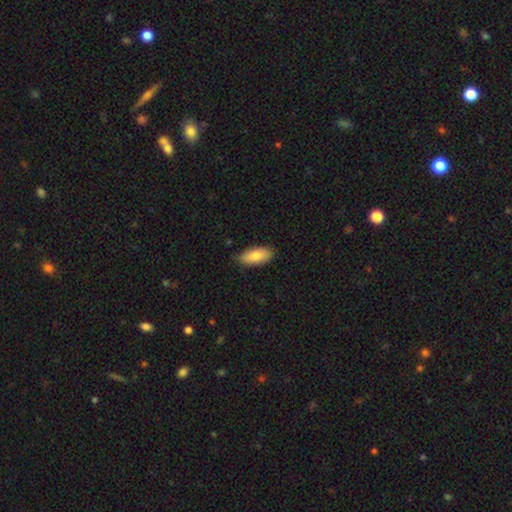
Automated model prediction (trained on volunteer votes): Morphology: type=smooth (81%); roundness=in between (86%); merging=none (83%).